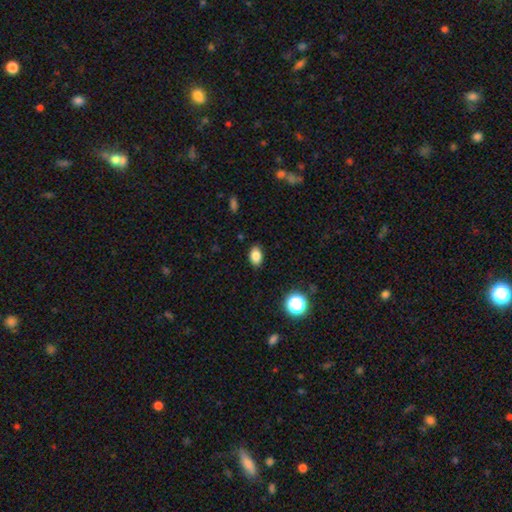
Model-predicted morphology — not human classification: This appears to be a smooth galaxy with no disk features (83%) that is in between round and cigar-shaped (84%). Merging: none (87%).